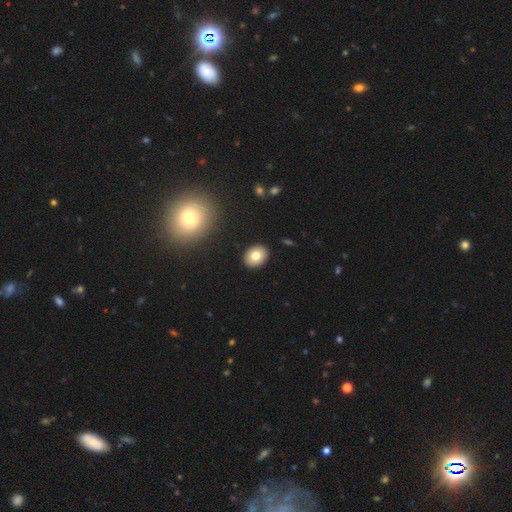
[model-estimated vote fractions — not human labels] smooth 78%, featured or disk 13%, star or artifact 9%. Down the decision tree: how rounded — in between (58%); merging — none (91%).